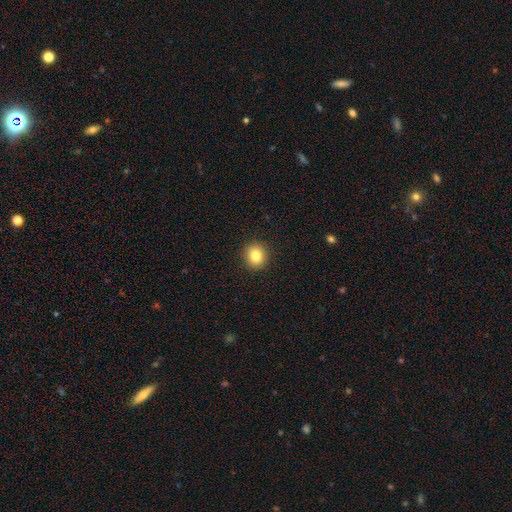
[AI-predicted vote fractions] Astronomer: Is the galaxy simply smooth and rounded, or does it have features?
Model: smooth — 83%.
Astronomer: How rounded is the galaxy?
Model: round — 89%.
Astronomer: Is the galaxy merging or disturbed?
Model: none — 92%.